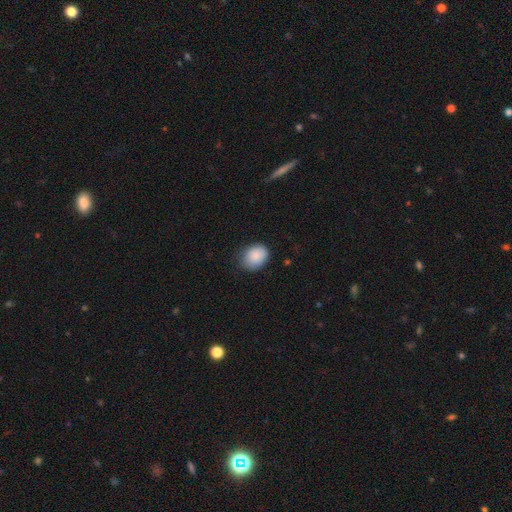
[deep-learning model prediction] The model was most divided on "how rounded": in between: 55%, round: 44%, cigar-shaped: 1%. More confident: smooth or featured — smooth (87%); merging — none (70%).